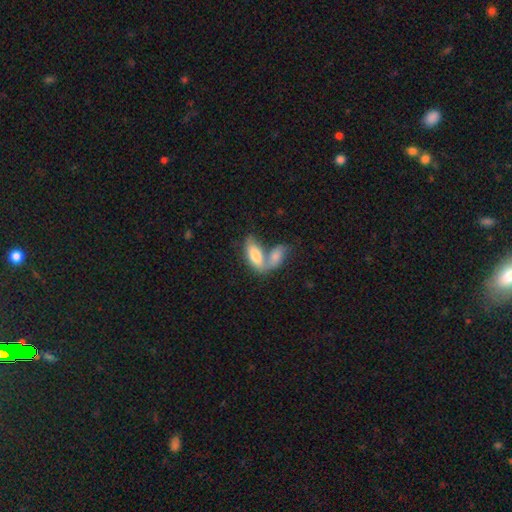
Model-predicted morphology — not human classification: smooth_or_featured: smooth (p=0.74) [alt: featured or disk p=0.20]
how_rounded: in between (p=0.84) [alt: cigar-shaped p=0.13]
merging: merger (p=0.69) [alt: none p=0.19]